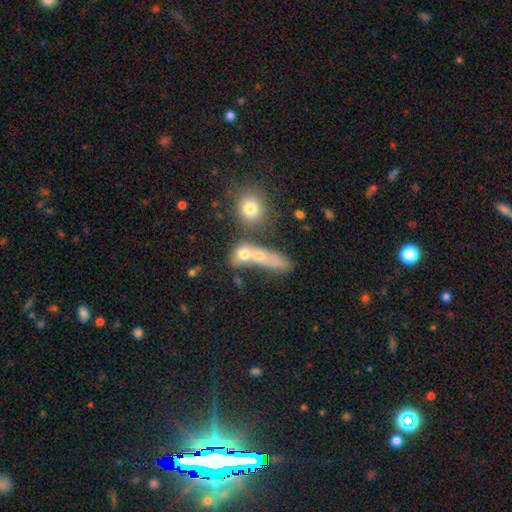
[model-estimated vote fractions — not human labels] Morphology: type=smooth (53%); roundness=cigar-shaped (42%); merging=none (43%).